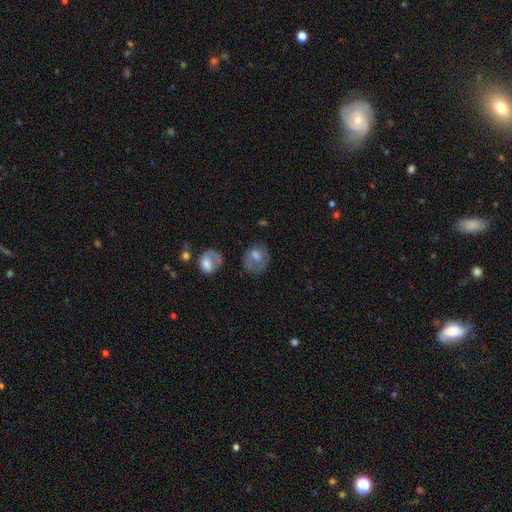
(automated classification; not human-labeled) Overall: smooth (52%; featured or disk 37%). How rounded: round (58%; in between 41%). Merging: none (56%; minor disturbance 23%).